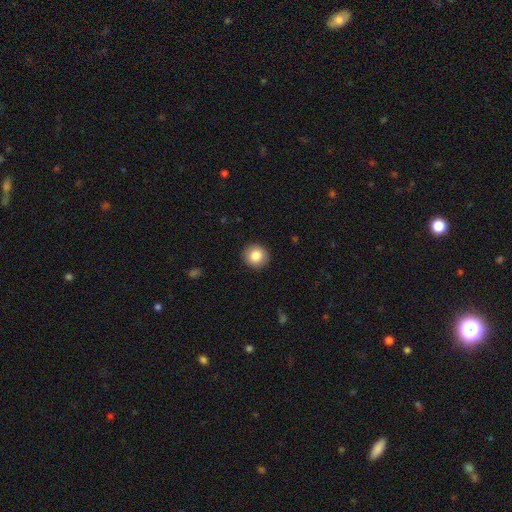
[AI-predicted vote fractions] Smooth or featured: smooth — 85% (star or artifact — 8%)
How rounded: round — 93% (in between — 7%)
Merging: none — 92% (minor disturbance — 6%)